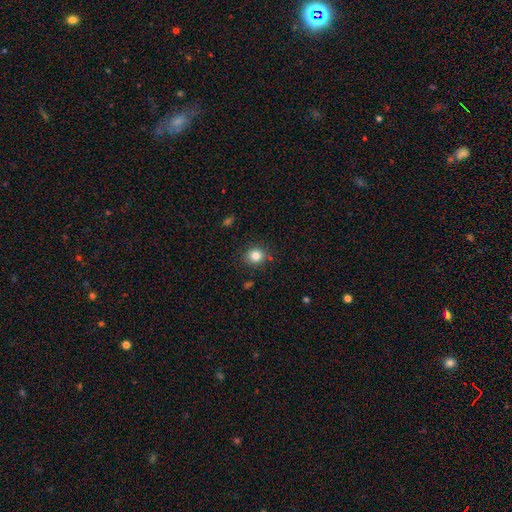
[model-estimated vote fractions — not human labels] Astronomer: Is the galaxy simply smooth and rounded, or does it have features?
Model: smooth — 83%.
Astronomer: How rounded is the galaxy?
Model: round — 86%.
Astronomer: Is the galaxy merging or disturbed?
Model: none — 88%.